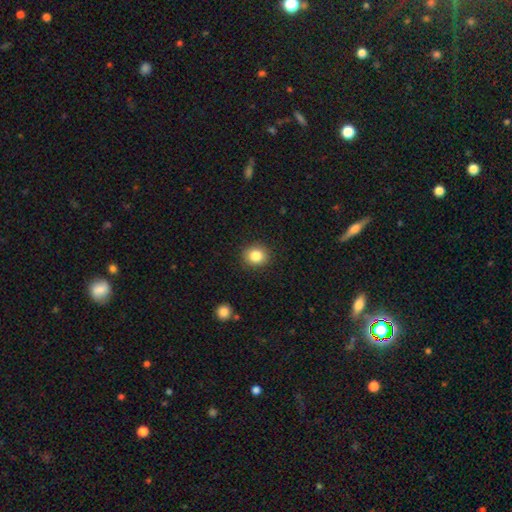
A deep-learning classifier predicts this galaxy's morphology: type=smooth (84%); roundness=round (78%); merging=none (90%).